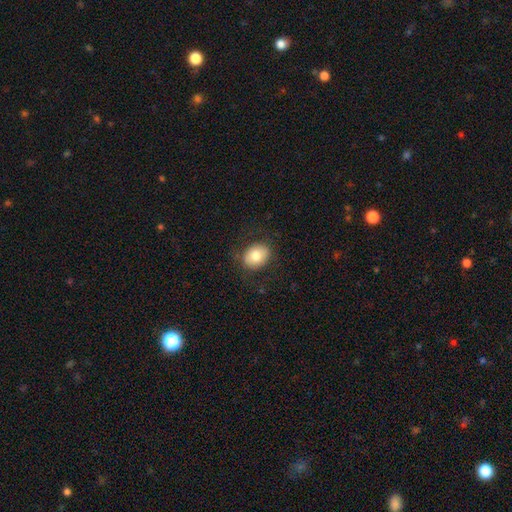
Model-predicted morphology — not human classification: Smooth or featured?
  - smooth: 80% *
  - featured or disk: 12%
  - star or artifact: 8%
How rounded?
  - in between: 52% *
  - round: 47%
  - cigar-shaped: 1%
Merging?
  - none: 81% *
  - minor disturbance: 13%
  - major disturbance: 5%
  - merger: 1%